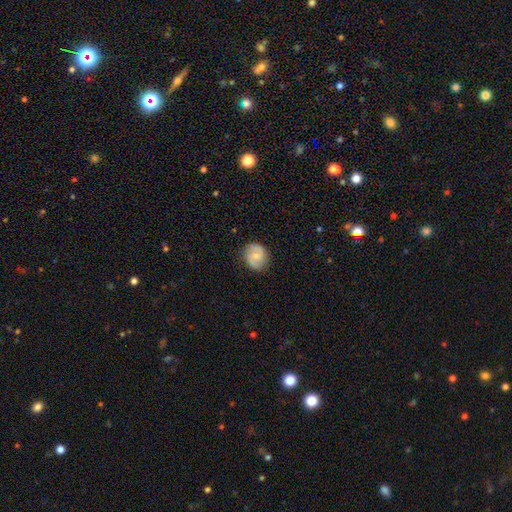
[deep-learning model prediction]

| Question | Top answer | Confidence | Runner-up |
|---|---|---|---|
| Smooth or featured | featured or disk | 48% | smooth (45%) |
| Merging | none | 82% | minor disturbance (13%) |